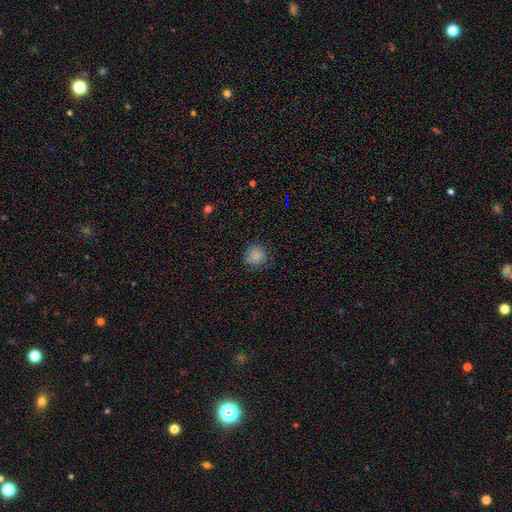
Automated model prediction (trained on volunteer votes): smooth 85%, star or artifact 11%, featured or disk 4%. Down the decision tree: how rounded — round (93%); merging — none (85%).